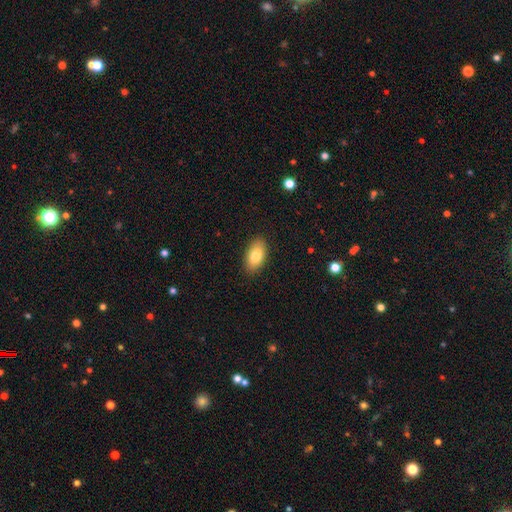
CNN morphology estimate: Smooth or featured: smooth — 82% (featured or disk — 11%)
How rounded: in between — 93% (round — 4%)
Merging: none — 89% (minor disturbance — 9%)